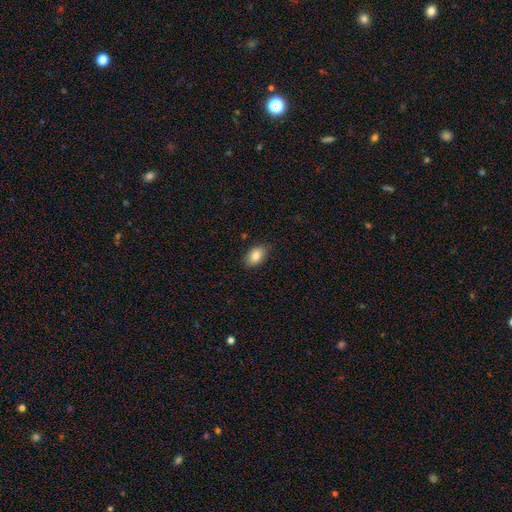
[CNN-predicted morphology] Smooth or featured?
  - smooth: 84% *
  - featured or disk: 9%
  - star or artifact: 8%
How rounded?
  - in between: 89% *
  - round: 10%
  - cigar-shaped: 2%
Merging?
  - none: 85% *
  - minor disturbance: 12%
  - major disturbance: 2%
  - merger: 1%